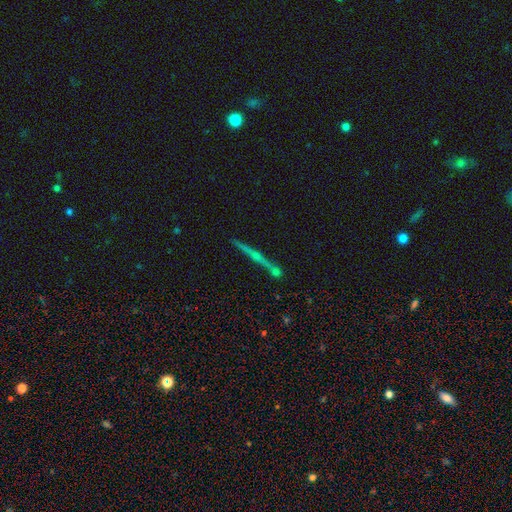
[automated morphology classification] This is likely a featured or disk galaxy (65%). It is clearly viewed edge-on (97%). Edge-on bulge: possibly rounded (45%). Merging: clearly none (82%).